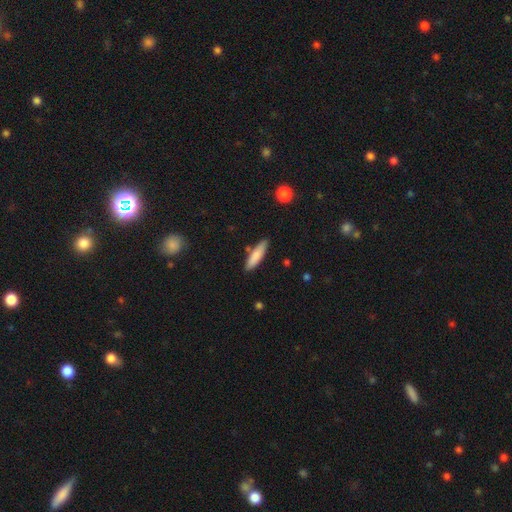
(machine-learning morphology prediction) smooth_or_featured: smooth (p=0.80) [alt: featured or disk p=0.14]
how_rounded: cigar-shaped (p=0.71) [alt: in between p=0.28]
merging: none (p=0.80) [alt: minor disturbance p=0.13]